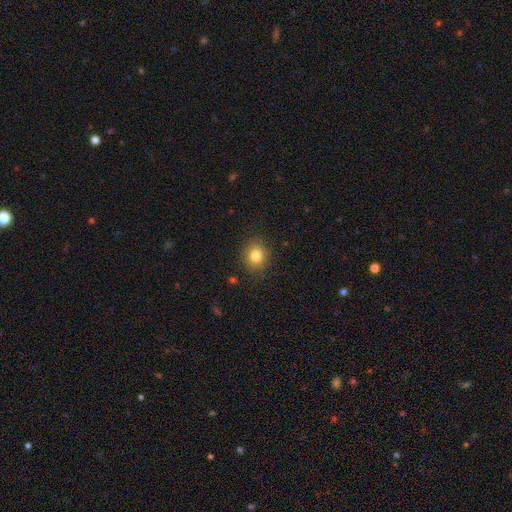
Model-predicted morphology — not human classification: smooth 81%, star or artifact 11%, featured or disk 7%. Down the decision tree: how rounded — round (74%); merging — none (87%).